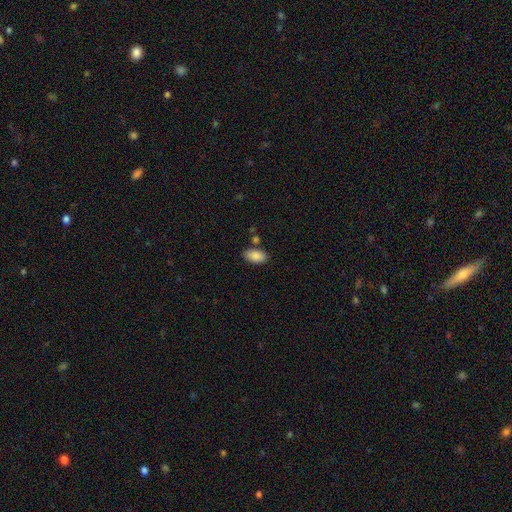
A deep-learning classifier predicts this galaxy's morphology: type=smooth (87%); roundness=in between (94%); merging=none (79%).